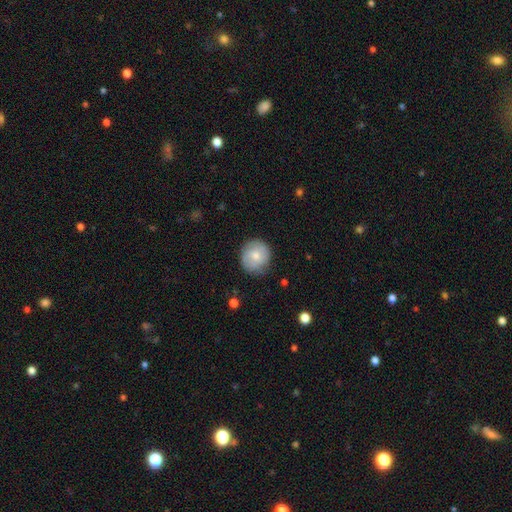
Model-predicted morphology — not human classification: A smooth galaxy with no disk features (61%) that is round (88%). Merging: none (80%).